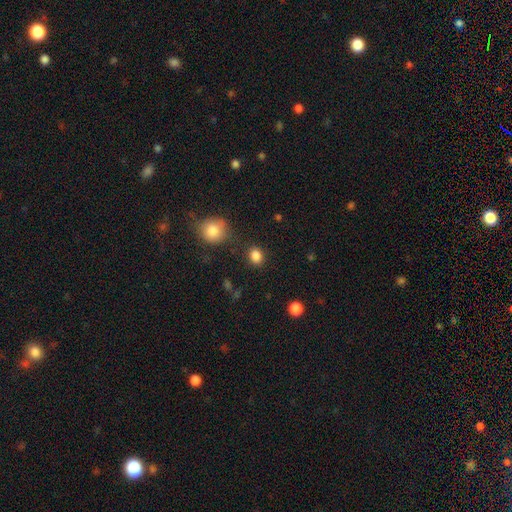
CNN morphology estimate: The model was most divided on "how rounded": round: 54%, in between: 44%, cigar-shaped: 1%. More confident: smooth or featured — smooth (85%); merging — none (83%).